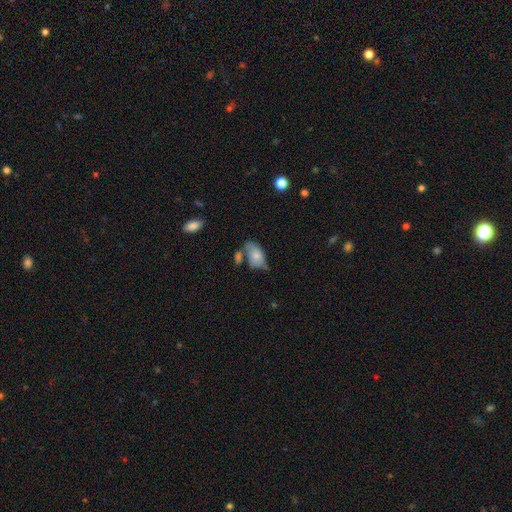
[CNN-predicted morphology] This is likely a smooth galaxy (71%). How rounded: clearly in between (91%). Merging: marginally none (39%).